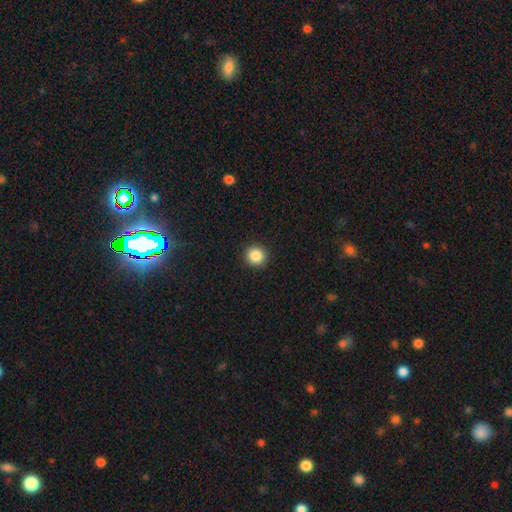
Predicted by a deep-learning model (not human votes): Q: Smooth or featured?
A: smooth (86%); runner-up: star or artifact (10%)
Q: How rounded?
A: round (94%); runner-up: in between (5%)
Q: Merging?
A: none (93%); runner-up: minor disturbance (5%)